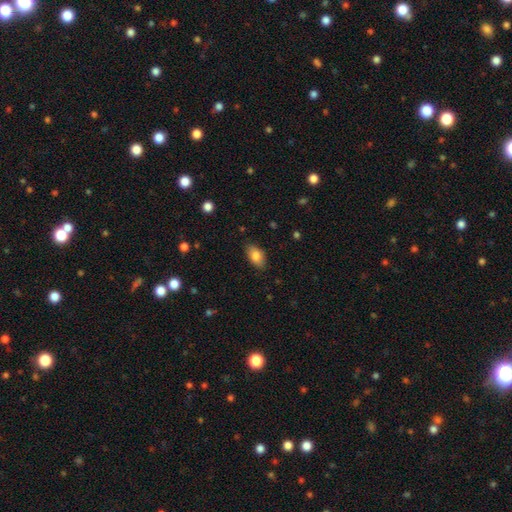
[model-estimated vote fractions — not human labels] Smooth or featured: smooth — 82% (featured or disk — 10%)
How rounded: in between — 92% (round — 5%)
Merging: none — 86% (minor disturbance — 11%)